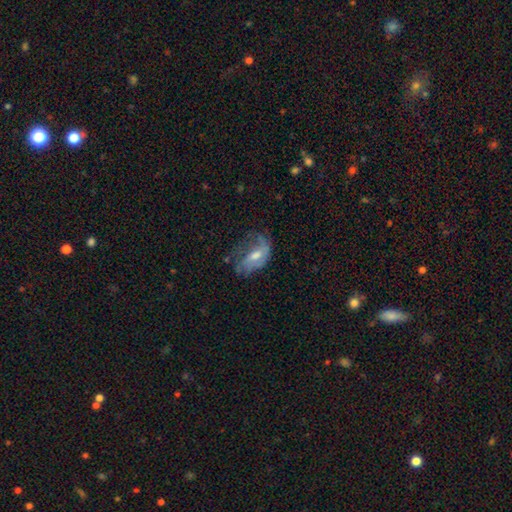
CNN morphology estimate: Smooth or featured: featured or disk — 59% (smooth — 32%)
Edge-on disk: no — 93% (yes — 7%)
Bar: no — 46% (weak — 41%)
Spiral arms: yes — 70% (no — 30%)
Bulge size: moderate — 60% (small — 26%)
Merging: none — 42% (major disturbance — 28%)